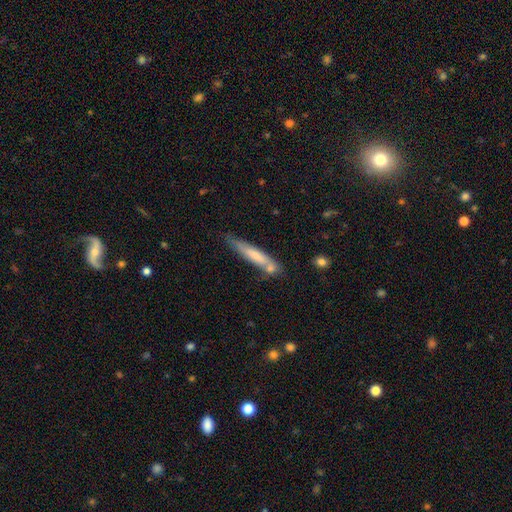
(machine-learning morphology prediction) Smooth or featured?
  - smooth: 64% *
  - featured or disk: 29%
  - star or artifact: 6%
How rounded?
  - cigar-shaped: 91% *
  - in between: 8%
  - round: 1%
Merging?
  - none: 61% *
  - minor disturbance: 21%
  - merger: 13%
  - major disturbance: 5%